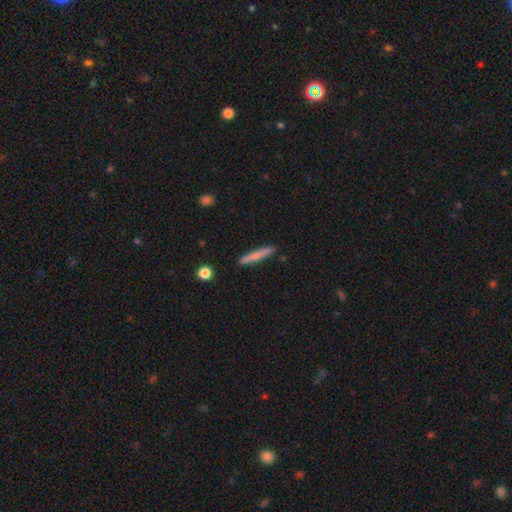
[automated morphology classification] A smooth galaxy with no disk features (71%) that is cigar-shaped (95%). Merging: none (89%).